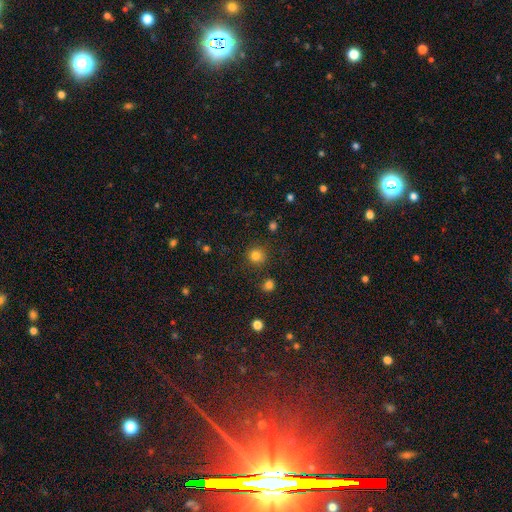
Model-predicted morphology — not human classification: Q: Smooth or featured?
A: smooth (82%); runner-up: star or artifact (13%)
Q: How rounded?
A: round (93%); runner-up: in between (6%)
Q: Merging?
A: none (87%); runner-up: minor disturbance (7%)